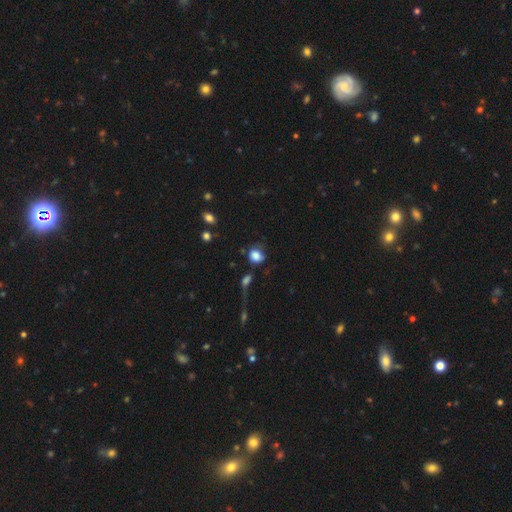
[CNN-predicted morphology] smooth 82%, star or artifact 9%, featured or disk 9%. Down the decision tree: how rounded — round (69%); merging — none (50%).